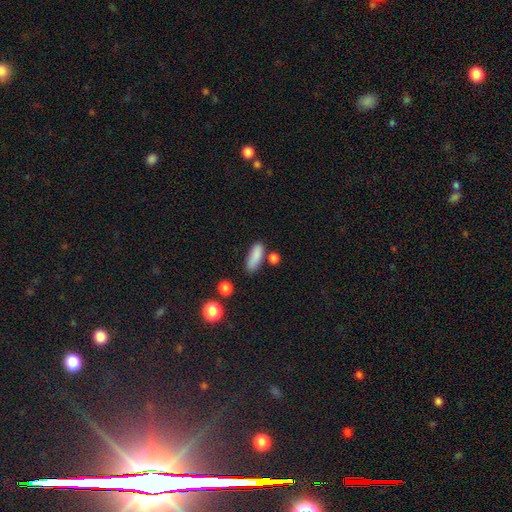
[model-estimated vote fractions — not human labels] smooth_or_featured: smooth (p=0.86) [alt: star or artifact p=0.08]
how_rounded: in between (p=0.60) [alt: cigar-shaped p=0.37]
merging: none (p=0.69) [alt: minor disturbance p=0.17]